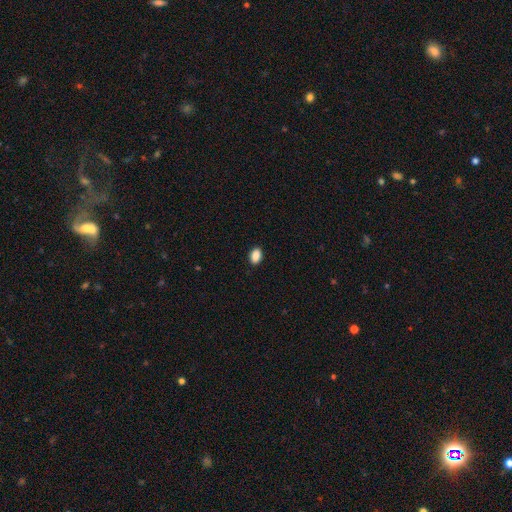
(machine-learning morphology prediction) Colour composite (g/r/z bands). It shows a smooth galaxy with no disk features (89%) that is in between round and cigar-shaped (88%). Merging: none (89%).